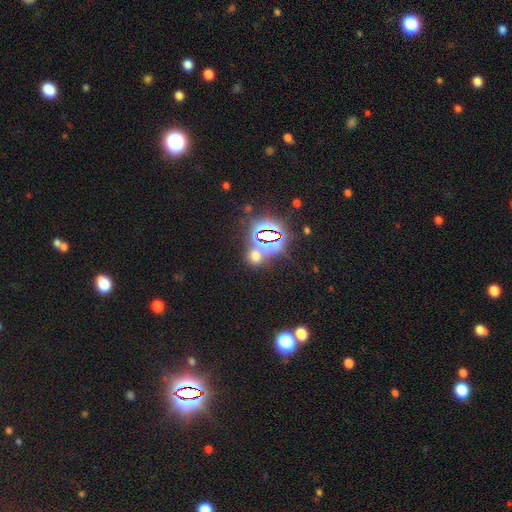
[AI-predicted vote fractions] Smooth or featured? star or artifact (52%)